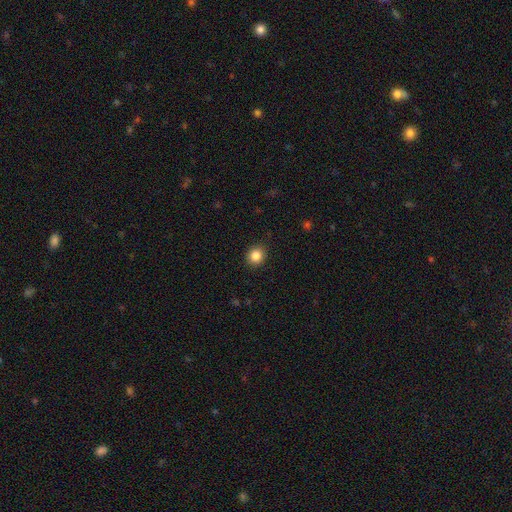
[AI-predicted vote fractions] A smooth galaxy with no disk features (85%) that is round (73%).

Vote fractions:
- Smooth or featured? smooth: 85% / star or artifact: 10% / featured or disk: 5%
- How rounded? round: 73% / in between: 26% / cigar-shaped: 1%
- Merging? none: 89% / minor disturbance: 8% / major disturbance: 2% / merger: 1%